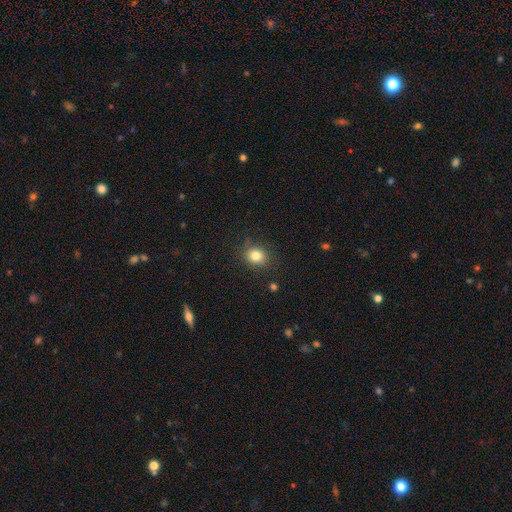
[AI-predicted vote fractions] Q: Smooth or featured?
A: smooth (81%); runner-up: star or artifact (12%)
Q: How rounded?
A: round (72%); runner-up: in between (27%)
Q: Merging?
A: none (83%); runner-up: minor disturbance (12%)